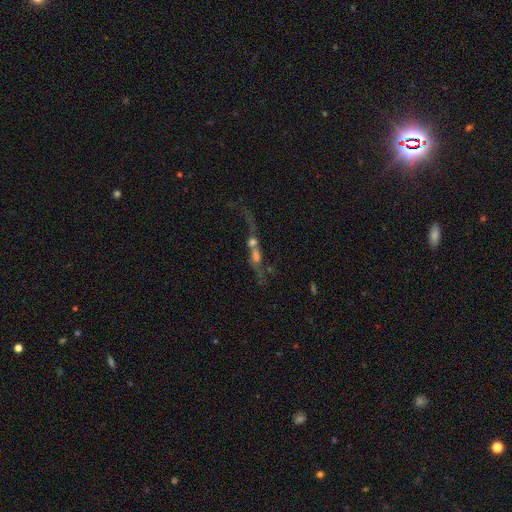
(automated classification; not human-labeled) A featured or disk galaxy (55%). Merging: merger (62%).